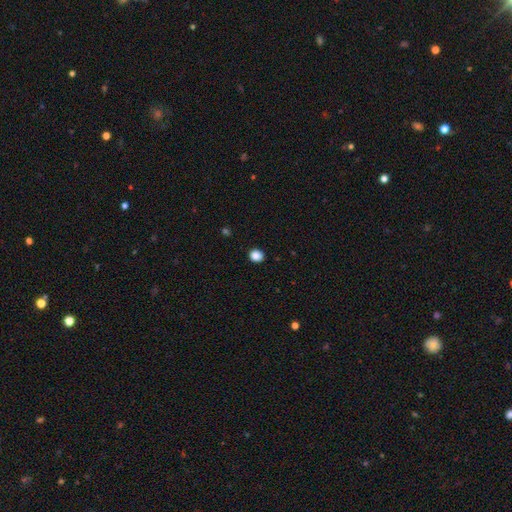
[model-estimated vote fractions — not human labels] Smooth or featured?
  - smooth: 86% *
  - star or artifact: 11%
  - featured or disk: 3%
How rounded?
  - round: 73% *
  - in between: 26%
  - cigar-shaped: 1%
Merging?
  - none: 90% *
  - minor disturbance: 7%
  - major disturbance: 2%
  - merger: 1%